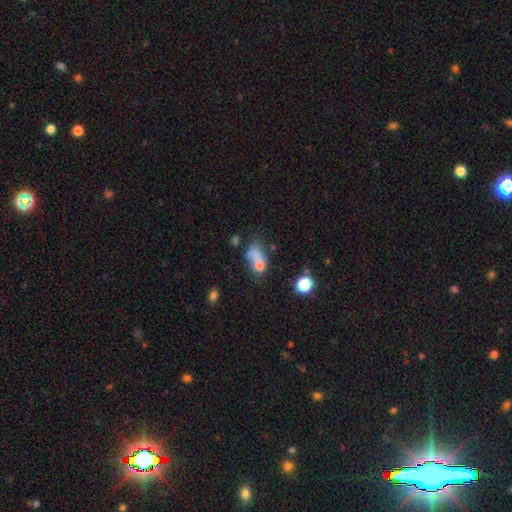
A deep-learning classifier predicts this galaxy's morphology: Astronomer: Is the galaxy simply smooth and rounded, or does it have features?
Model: smooth — 67%.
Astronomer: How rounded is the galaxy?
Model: in between — 67%.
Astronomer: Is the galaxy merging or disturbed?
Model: merger — 37% (runner-up: none, 24%).